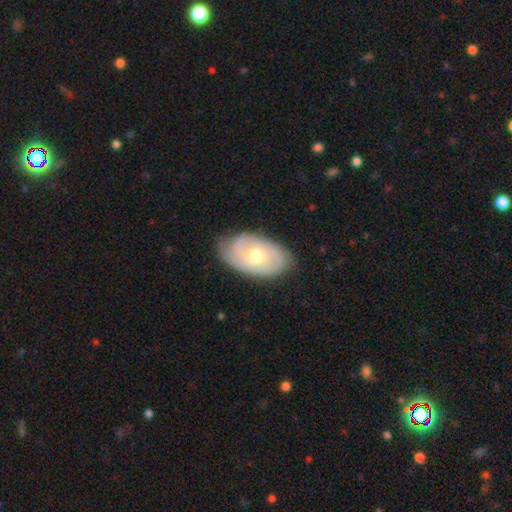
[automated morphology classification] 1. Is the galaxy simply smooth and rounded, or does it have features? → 66% featured or disk, 28% smooth, 6% star or artifact.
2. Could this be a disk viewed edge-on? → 94% no, 6% yes.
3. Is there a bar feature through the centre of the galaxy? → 67% no, 28% weak, 5% strong.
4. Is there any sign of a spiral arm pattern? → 84% yes, 16% no.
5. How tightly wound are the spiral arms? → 60% tight, 30% medium, 11% loose.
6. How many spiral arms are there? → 38% can't tell, 33% 2, 15% 3, 6% 1, 4% 4, 3% more than 4.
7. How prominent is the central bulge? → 68% moderate, 27% small, 4% large, 1% none, 1% dominant.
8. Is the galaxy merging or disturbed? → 74% none, 20% minor disturbance, 5% major disturbance, 1% merger.